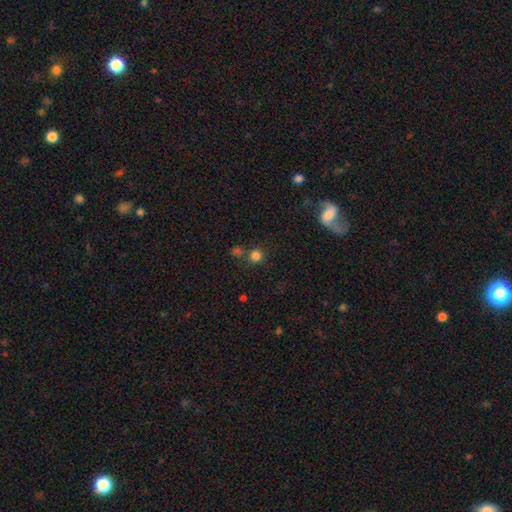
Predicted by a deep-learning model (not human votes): Smooth or featured: smooth — 79% (star or artifact — 15%)
How rounded: round — 91% (in between — 8%)
Merging: none — 69% (merger — 19%)